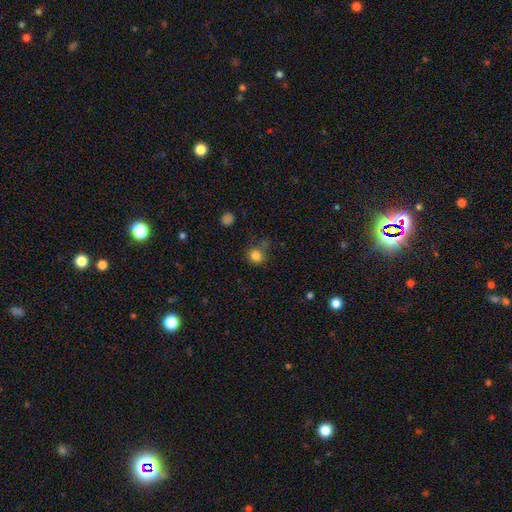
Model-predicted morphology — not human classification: Overall: smooth (83%). How rounded: round (86%). Merging: none (70%).